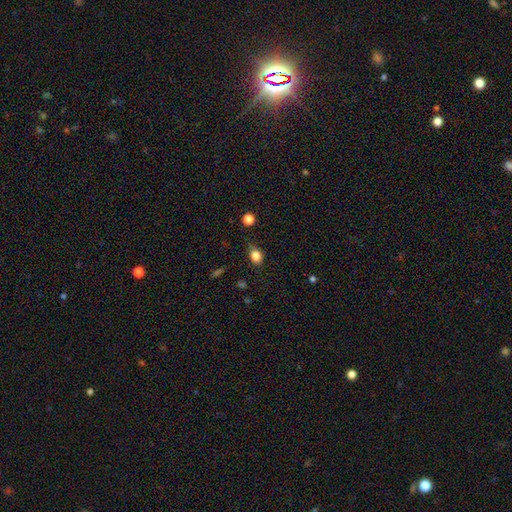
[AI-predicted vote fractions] smooth 84%, star or artifact 11%, featured or disk 5%. Down the decision tree: how rounded — in between (57%); merging — none (69%).